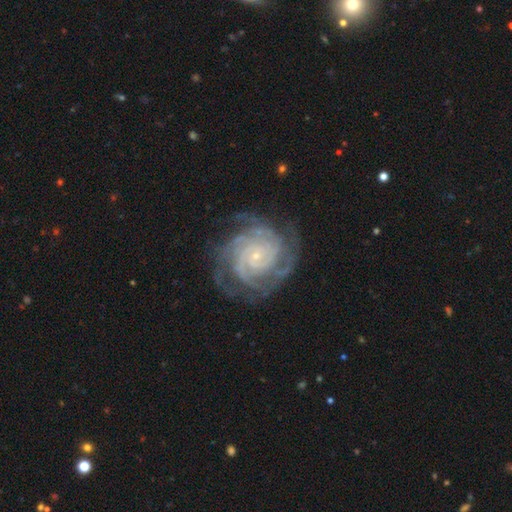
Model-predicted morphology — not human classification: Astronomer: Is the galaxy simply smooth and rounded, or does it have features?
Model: featured or disk — 90%.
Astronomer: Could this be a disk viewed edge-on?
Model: no — 98%.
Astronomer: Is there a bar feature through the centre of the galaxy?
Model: no — 75%.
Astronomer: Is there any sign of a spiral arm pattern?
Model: yes — 98%.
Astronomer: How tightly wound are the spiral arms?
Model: tight — 78%.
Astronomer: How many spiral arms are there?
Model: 4 — 28% (runner-up: 3, 22%).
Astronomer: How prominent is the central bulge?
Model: small — 86%.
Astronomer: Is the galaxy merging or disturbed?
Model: none — 77%.